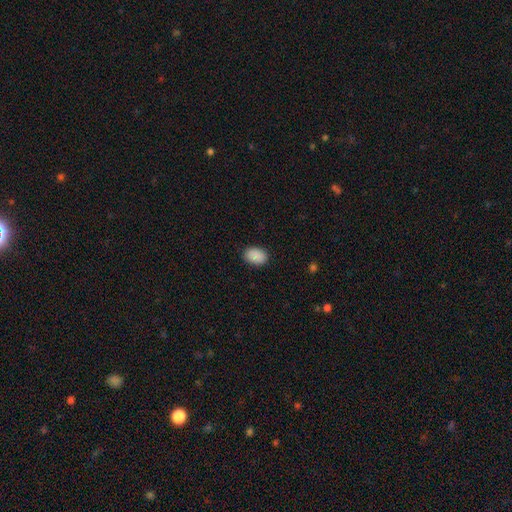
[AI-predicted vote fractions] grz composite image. It shows a smooth galaxy with no disk features (90%) that is in between round and cigar-shaped (84%). Merging: none (89%).